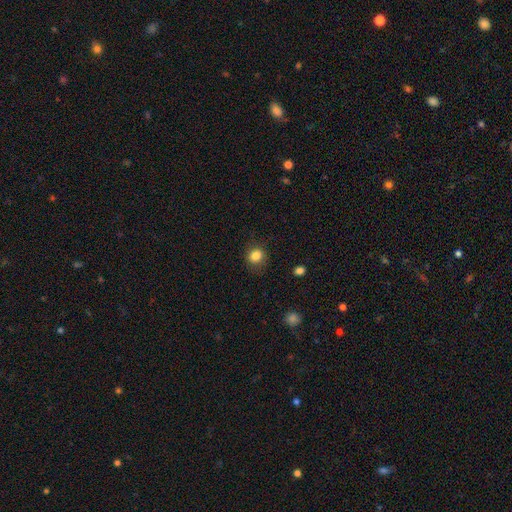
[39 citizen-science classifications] Morphology: type=smooth (90%); roundness=round (63%); merging=none (67%).